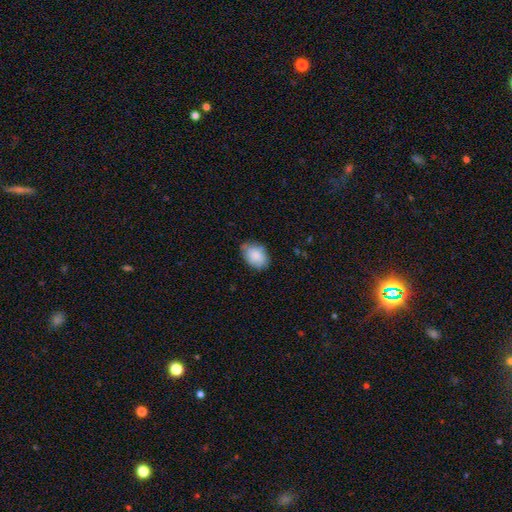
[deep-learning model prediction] smooth-or-featured: smooth: 87% | featured or disk: 7% | star or artifact: 7%
  how-rounded: in between: 82% | round: 17% | cigar-shaped: 1%
  merging: none: 72% | minor disturbance: 23% | major disturbance: 4% | merger: 1%